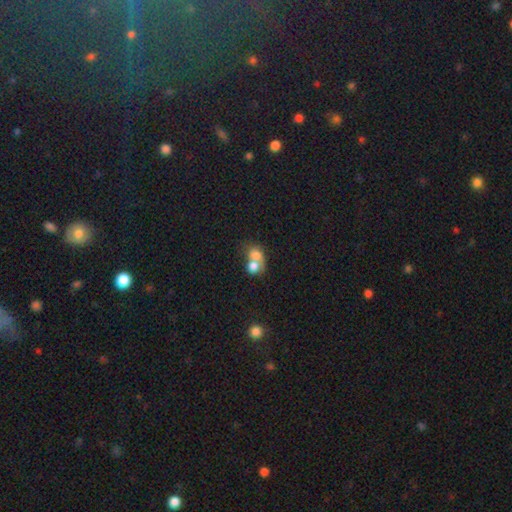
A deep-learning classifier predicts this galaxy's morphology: smooth 69%, featured or disk 21%, star or artifact 10%. Down the decision tree: how rounded — round (53%); merging — merger (71%).